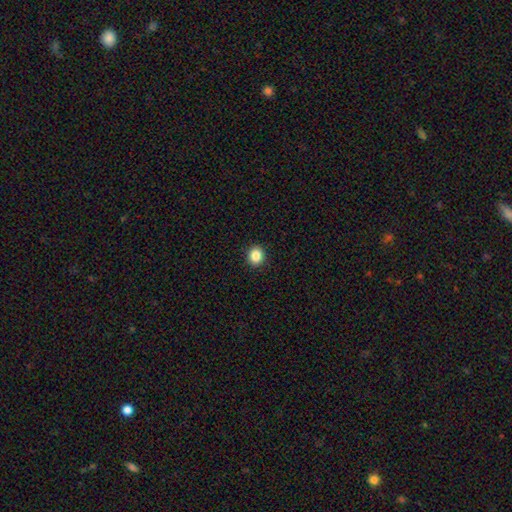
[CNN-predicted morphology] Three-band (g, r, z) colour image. It shows a smooth galaxy with no disk features (86%) that is round (78%). Merging: none (92%).